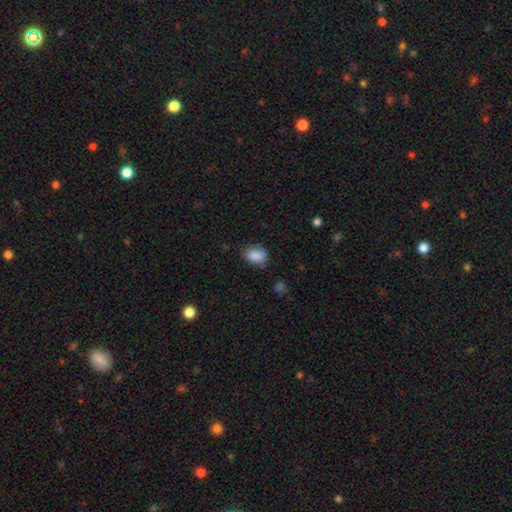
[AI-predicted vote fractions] This is clearly a smooth galaxy (86%). How rounded: likely in between (75%). Merging: likely none (67%).